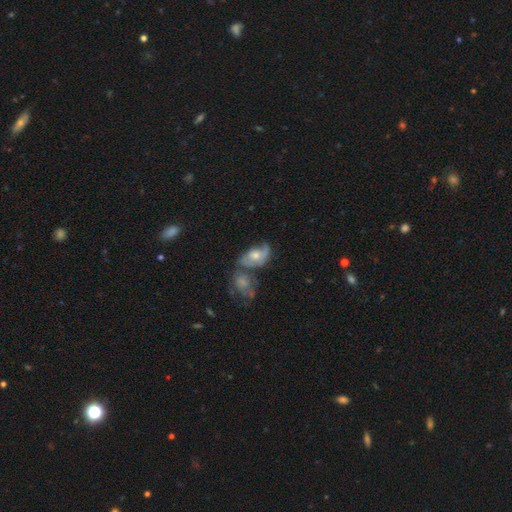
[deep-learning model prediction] Overall: featured or disk (58%; smooth 35%). Edge-on disk: no (95%). Bar: no (74%). Spiral arms: yes (76%). Bulge size: moderate (60%; small 24%). Merging: merger (35%; none 27%).